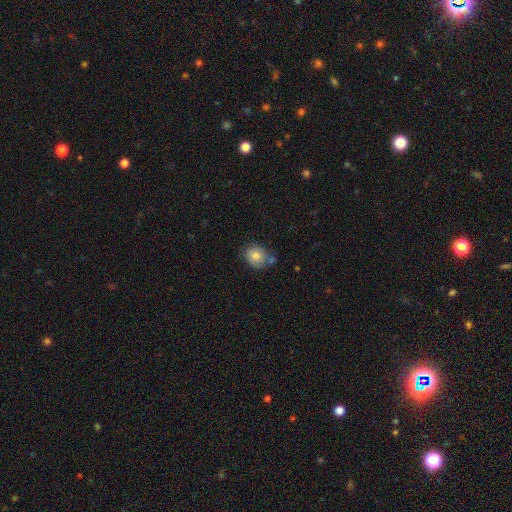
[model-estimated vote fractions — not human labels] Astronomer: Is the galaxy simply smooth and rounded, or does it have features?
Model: smooth — 79%.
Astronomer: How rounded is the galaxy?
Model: round — 71%.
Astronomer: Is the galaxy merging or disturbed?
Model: none — 64%.